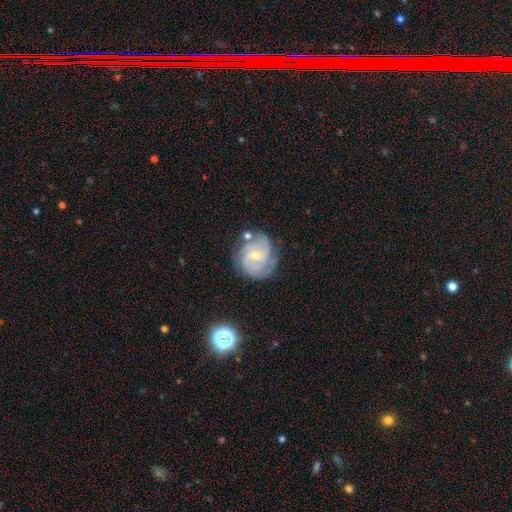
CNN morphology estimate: Smooth or featured?
  - featured or disk: 80% *
  - smooth: 14%
  - star or artifact: 6%
Edge-on disk?
  - no: 98% *
  - yes: 2%
Bar?
  - no: 49% *
  - weak: 43%
  - strong: 8%
Spiral arms?
  - yes: 94% *
  - no: 6%
Spiral winding?
  - tight: 43% * (tied)
  - medium: 43% * (tied)
  - loose: 14%
Spiral arm count?
  - 2: 47% *
  - 3: 22%
  - can't tell: 19%
  - 4: 5%
  - 1: 4%
  - more than 4: 3%
Bulge size?
  - small: 59% *
  - moderate: 39%
  - large: 1%
  - none: 1%
  - dominant: 1%
Merging?
  - none: 64% *
  - minor disturbance: 22%
  - major disturbance: 8%
  - merger: 7%